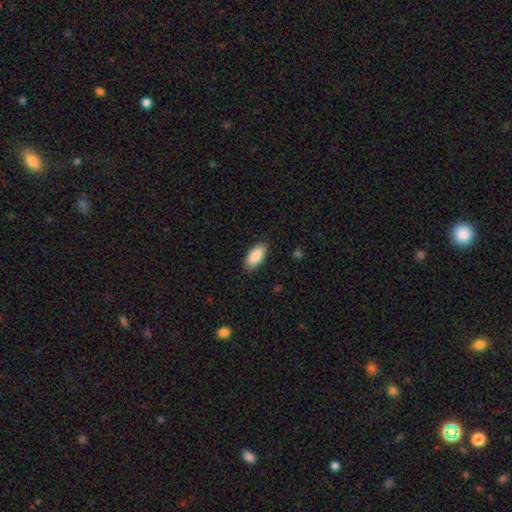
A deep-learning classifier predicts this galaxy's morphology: Q: Smooth or featured?
A: smooth (90%); runner-up: star or artifact (6%)
Q: How rounded?
A: in between (90%); runner-up: cigar-shaped (8%)
Q: Merging?
A: none (87%); runner-up: minor disturbance (10%)